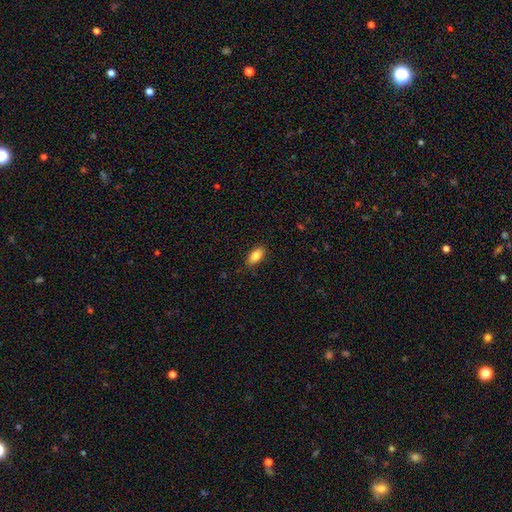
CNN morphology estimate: A smooth galaxy with no disk features (84%) that is in between round and cigar-shaped (89%). Merging: none (86%).